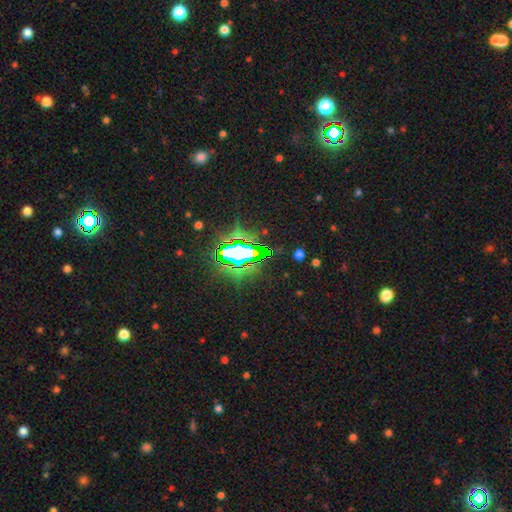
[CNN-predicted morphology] A star or artifact, not a galaxy (81%).

Vote fractions:
- Smooth or featured? star or artifact: 81% / smooth: 11% / featured or disk: 8%